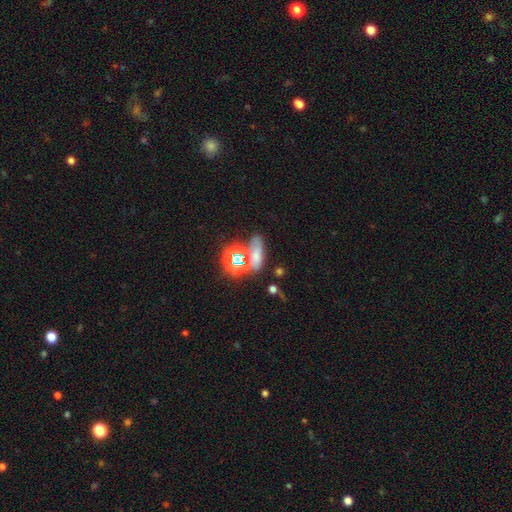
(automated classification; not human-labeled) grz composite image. It shows a smooth galaxy with no disk features (53%) that is in between round and cigar-shaped (54%). Merging: none (57%).